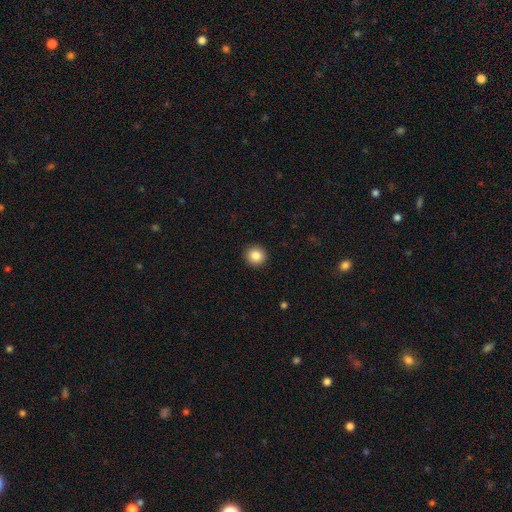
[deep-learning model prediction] Smooth or featured? smooth (86%)
How rounded? round (95%)
Merging? none (93%)